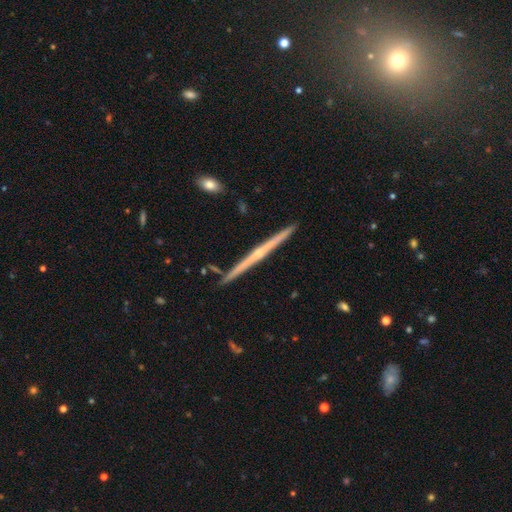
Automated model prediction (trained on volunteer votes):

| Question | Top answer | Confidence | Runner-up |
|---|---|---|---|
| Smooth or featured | featured or disk | 78% | smooth (16%) |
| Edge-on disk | yes | 98% | no (2%) |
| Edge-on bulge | rounded | 59% | none (36%) |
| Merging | none | 91% | minor disturbance (6%) |